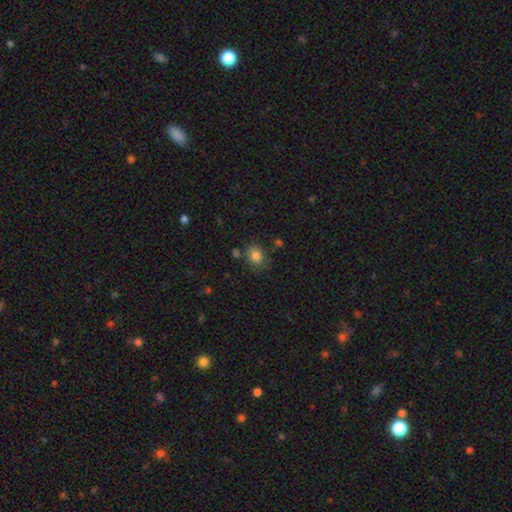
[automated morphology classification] type=smooth (82%); roundness=round (55%); merging=none (74%).